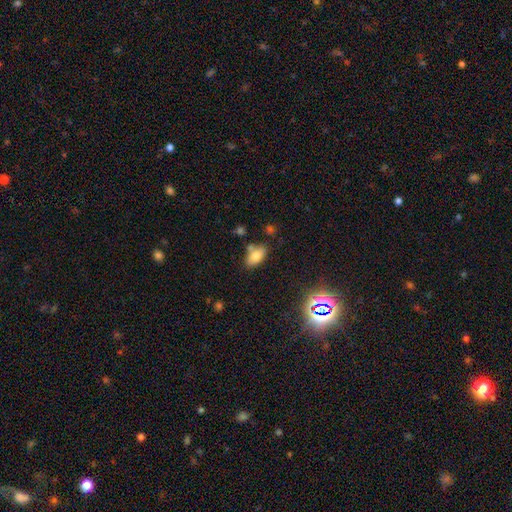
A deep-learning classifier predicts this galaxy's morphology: This is likely a smooth galaxy (76%). How rounded: clearly in between (91%). Merging: likely none (69%).